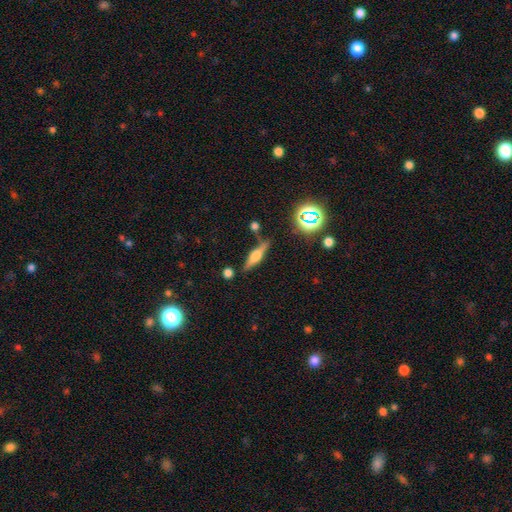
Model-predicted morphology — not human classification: Smooth or featured? Predicted: featured or disk (p=0.57). Edge-on disk? Predicted: yes (p=0.94). Edge-on bulge? Predicted: rounded (p=0.85). Merging? Predicted: none (p=0.75).